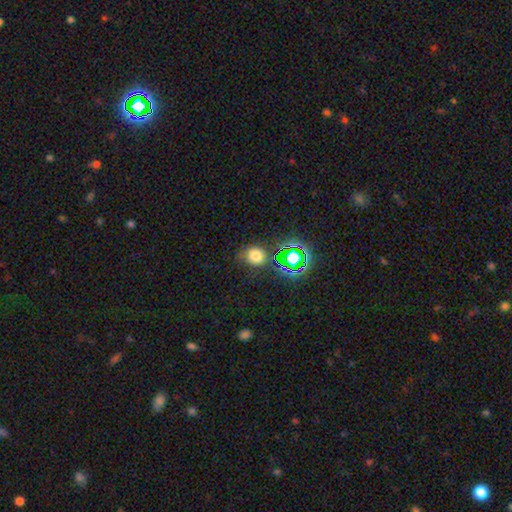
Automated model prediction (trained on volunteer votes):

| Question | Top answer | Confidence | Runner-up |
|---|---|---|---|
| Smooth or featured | smooth | 69% | star or artifact (24%) |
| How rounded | round | 69% | in between (30%) |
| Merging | none | 74% | minor disturbance (15%) |